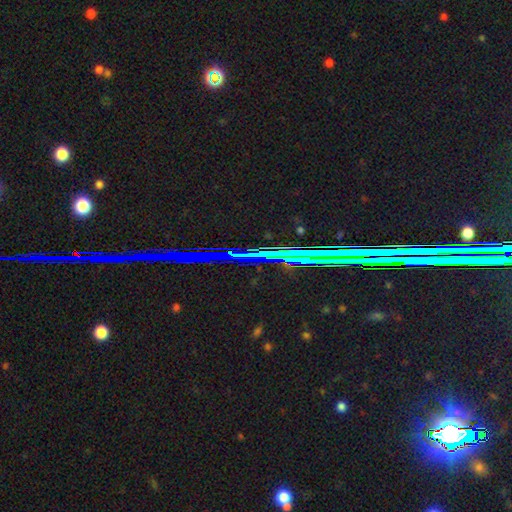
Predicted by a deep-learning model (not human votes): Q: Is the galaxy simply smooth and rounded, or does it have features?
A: star or artifact — 79%.